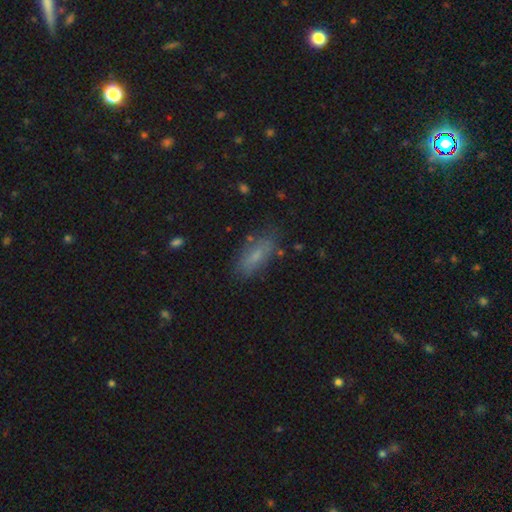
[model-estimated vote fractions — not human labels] Smooth or featured? smooth (72%)
How rounded? in between (70%)
Merging? none (76%)